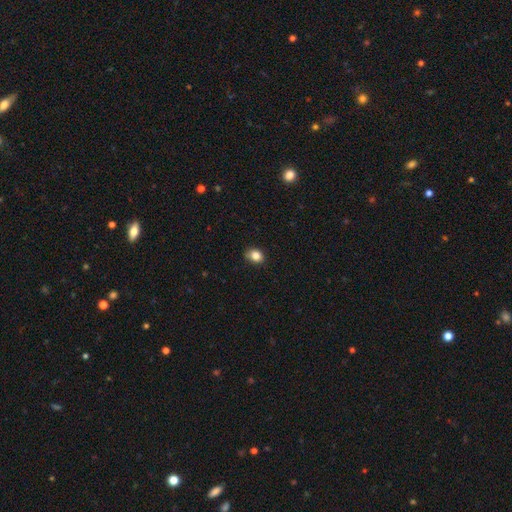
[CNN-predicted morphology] smooth-or-featured: smooth: 85% | star or artifact: 10% | featured or disk: 5%
  how-rounded: in between: 55% | round: 44% | cigar-shaped: 1%
  merging: none: 75% | minor disturbance: 20% | major disturbance: 3% | merger: 1%